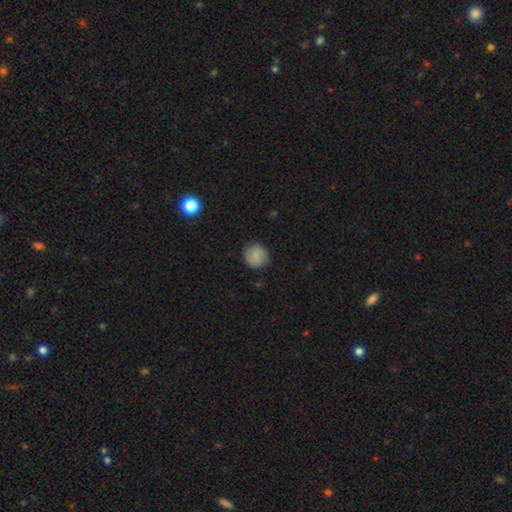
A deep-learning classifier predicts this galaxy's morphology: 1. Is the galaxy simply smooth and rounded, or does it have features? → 80% smooth, 12% featured or disk, 8% star or artifact.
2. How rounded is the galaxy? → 90% round, 9% in between, 1% cigar-shaped.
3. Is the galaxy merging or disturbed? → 86% none, 10% minor disturbance, 3% major disturbance, 1% merger.